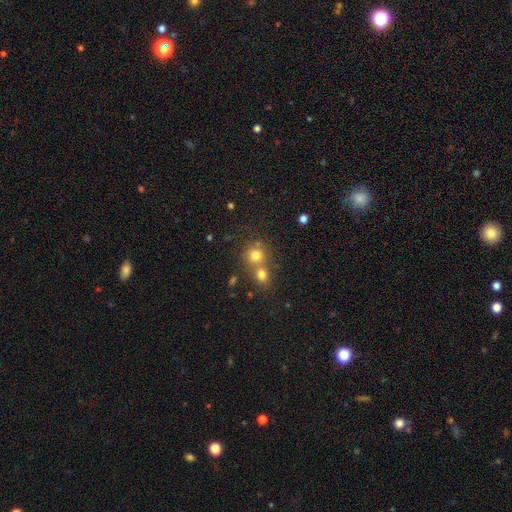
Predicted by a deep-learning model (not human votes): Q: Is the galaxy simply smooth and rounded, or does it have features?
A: smooth — 75%.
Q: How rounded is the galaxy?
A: round — 85%.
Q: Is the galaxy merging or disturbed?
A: merger — 47%.